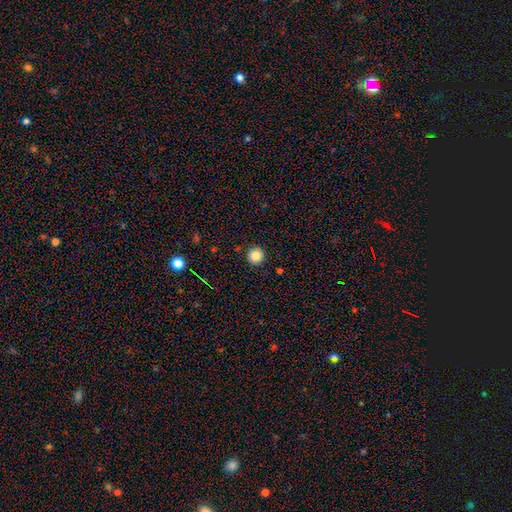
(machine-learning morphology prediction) Smooth or featured? smooth (84%)
How rounded? round (95%)
Merging? none (91%)